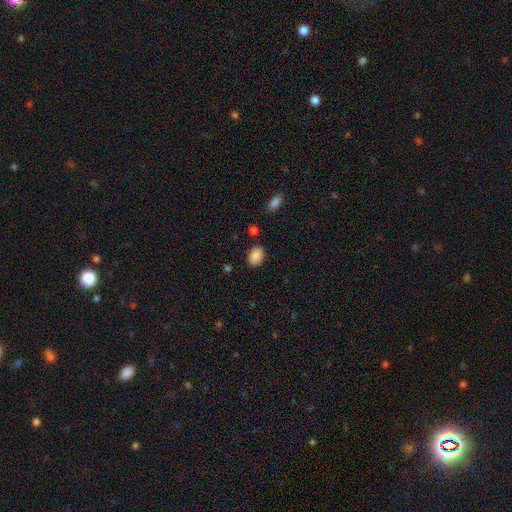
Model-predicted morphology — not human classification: A smooth galaxy with no disk features (88%) that is in between round and cigar-shaped (76%). Merging: none (83%).